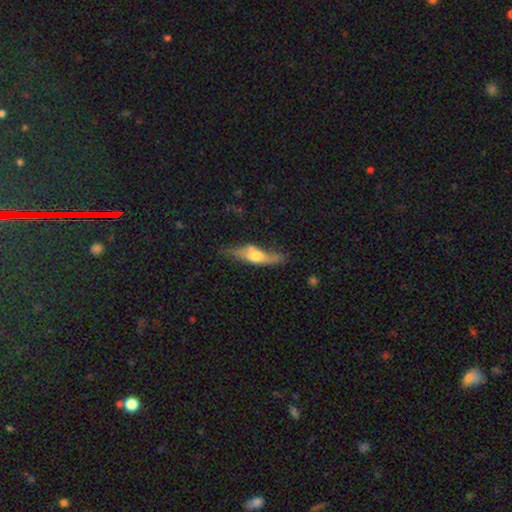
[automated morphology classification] This appears to be a featured or disk galaxy (54%) viewed edge-on (68%). Merging: none (48%).